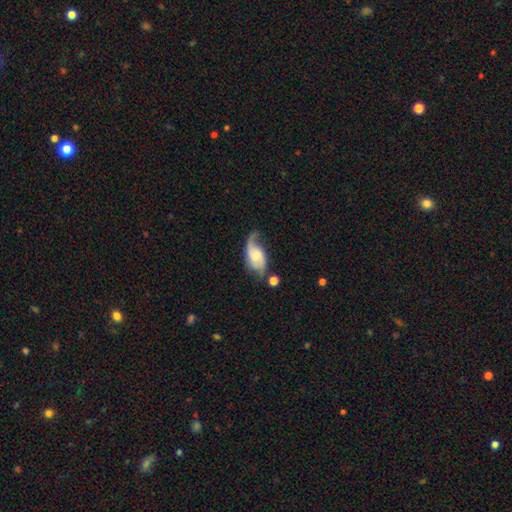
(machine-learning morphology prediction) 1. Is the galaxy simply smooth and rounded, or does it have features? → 72% featured or disk, 22% smooth, 7% star or artifact.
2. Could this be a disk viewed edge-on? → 96% no, 4% yes.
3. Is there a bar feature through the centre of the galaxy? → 46% no, 43% weak, 10% strong.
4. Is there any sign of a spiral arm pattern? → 93% yes, 7% no.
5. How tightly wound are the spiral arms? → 57% loose, 32% medium, 10% tight.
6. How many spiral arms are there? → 68% 2, 23% 1, 6% can't tell, 2% 3, 1% 4, 1% more than 4.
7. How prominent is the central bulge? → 35% small, 34% moderate, 17% none, 11% large, 2% dominant.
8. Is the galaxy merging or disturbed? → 46% none, 26% minor disturbance, 21% major disturbance, 7% merger.